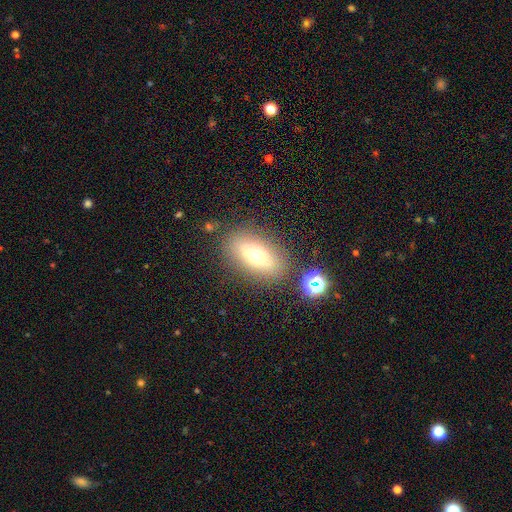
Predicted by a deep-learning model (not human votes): smooth_or_featured: smooth (p=0.59) [alt: featured or disk p=0.28]
how_rounded: in between (p=0.77) [alt: cigar-shaped p=0.14]
merging: none (p=0.81) [alt: minor disturbance p=0.11]